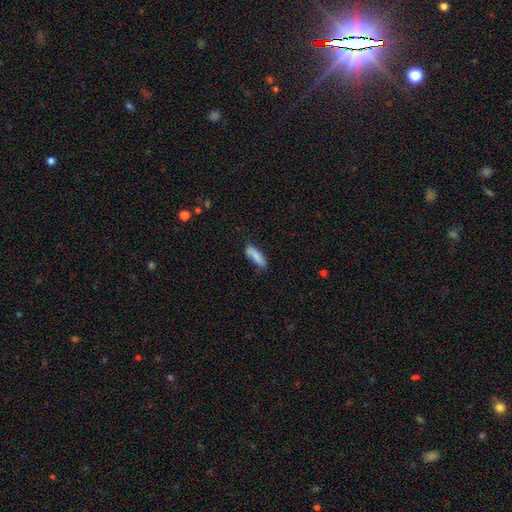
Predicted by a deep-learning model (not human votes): A smooth galaxy with no disk features (85%) that is cigar-shaped (56%). Merging: none (70%).